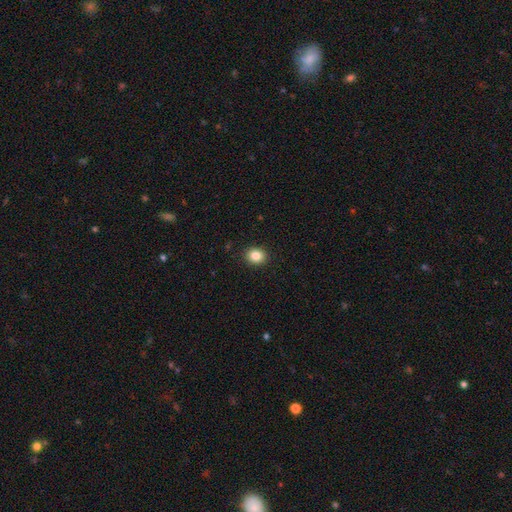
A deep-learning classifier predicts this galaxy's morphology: A smooth galaxy with no disk features (85%) that is round (61%).

Vote fractions:
- Smooth or featured? smooth: 85% / star or artifact: 10% / featured or disk: 5%
- How rounded? round: 61% / in between: 38% / cigar-shaped: 1%
- Merging? none: 91% / minor disturbance: 6% / major disturbance: 2% / merger: 1%